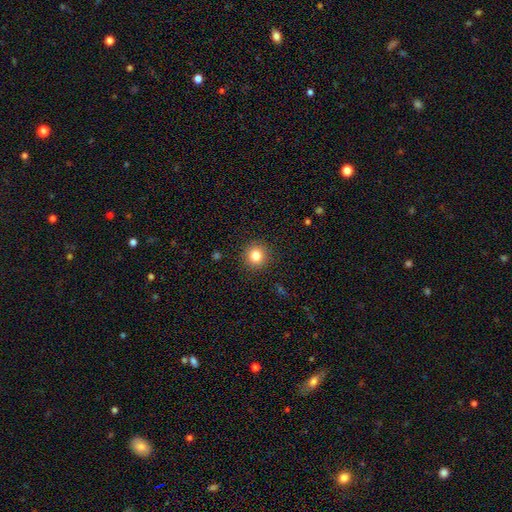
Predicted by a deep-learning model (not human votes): smooth_or_featured: smooth (p=0.82) [alt: star or artifact p=0.12]
how_rounded: round (p=0.94) [alt: in between p=0.05]
merging: none (p=0.91) [alt: minor disturbance p=0.06]